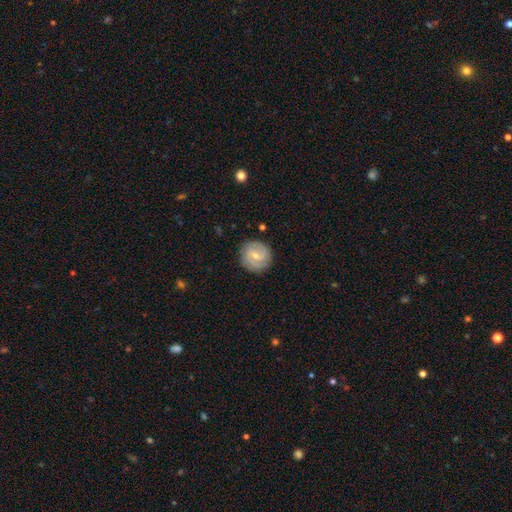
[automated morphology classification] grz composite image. It shows a featured or disk galaxy (69%) with a weak bar (55%), 2 (70%) tight (55%) spiral arms (90%) and a small central bulge (57%). Merging: none (85%).